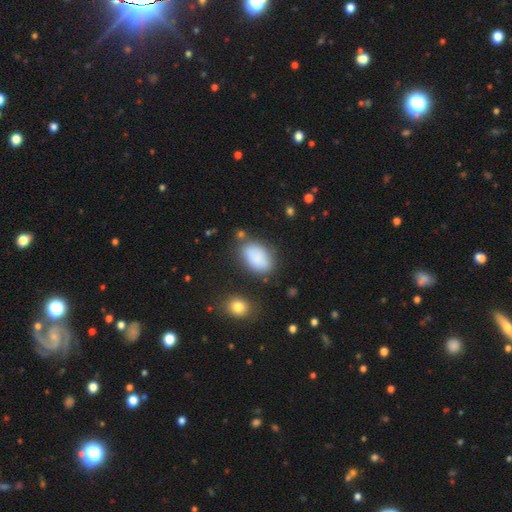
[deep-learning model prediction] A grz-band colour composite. It shows a smooth galaxy with no disk features (83%) that is in between round and cigar-shaped (90%). Merging: none (68%).